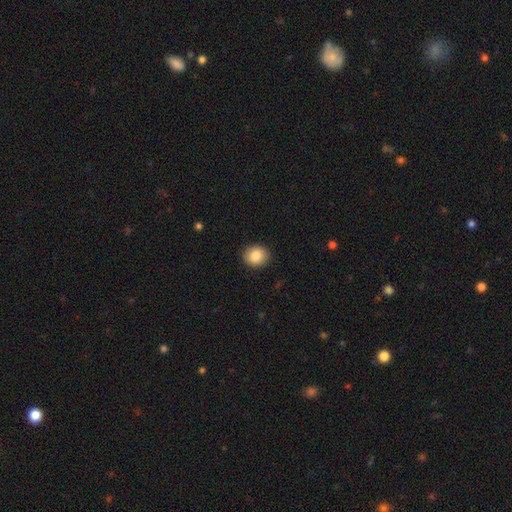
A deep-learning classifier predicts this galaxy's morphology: smooth 86%, star or artifact 8%, featured or disk 6%. Down the decision tree: how rounded — round (75%); merging — none (91%).